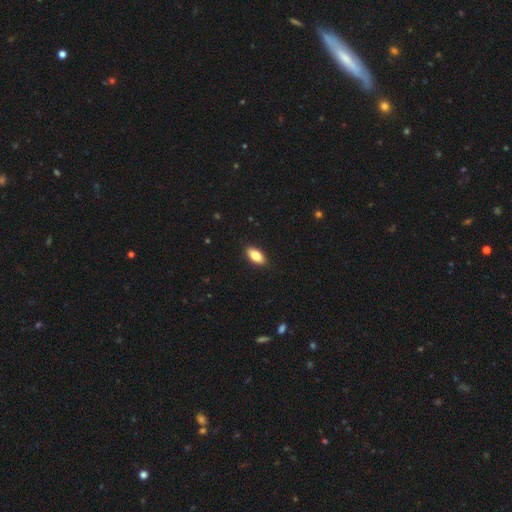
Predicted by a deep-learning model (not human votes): Smooth or featured?
  - smooth: 80% *
  - featured or disk: 13%
  - star or artifact: 7%
How rounded?
  - in between: 89% *
  - cigar-shaped: 8%
  - round: 3%
Merging?
  - none: 89% *
  - minor disturbance: 8%
  - major disturbance: 2%
  - merger: 1%